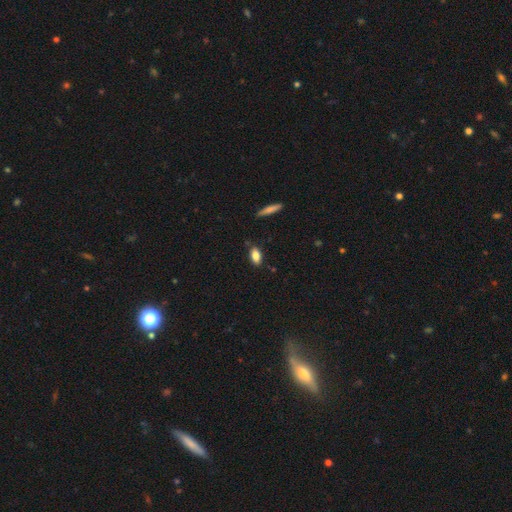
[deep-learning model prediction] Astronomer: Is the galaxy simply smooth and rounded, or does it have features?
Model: smooth — 83%.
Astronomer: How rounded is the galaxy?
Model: in between — 86%.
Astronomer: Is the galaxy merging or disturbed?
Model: none — 82%.